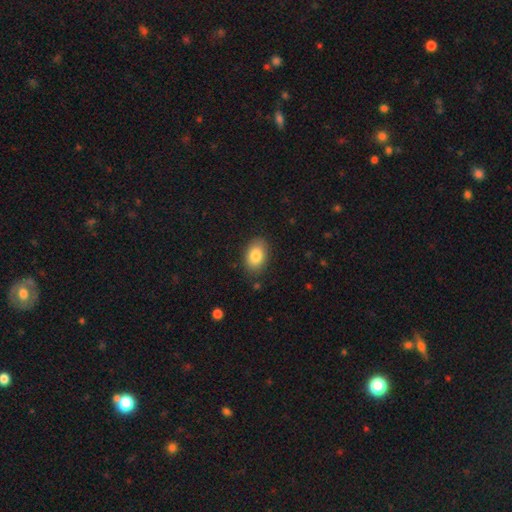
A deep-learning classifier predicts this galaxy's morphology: Overall: smooth (83%). How rounded: in between (86%). Merging: none (85%).